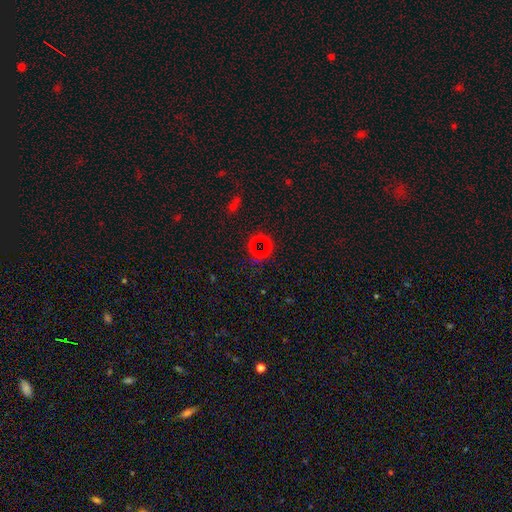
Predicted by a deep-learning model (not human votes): This appears to be a star or artifact, not a galaxy (64%).